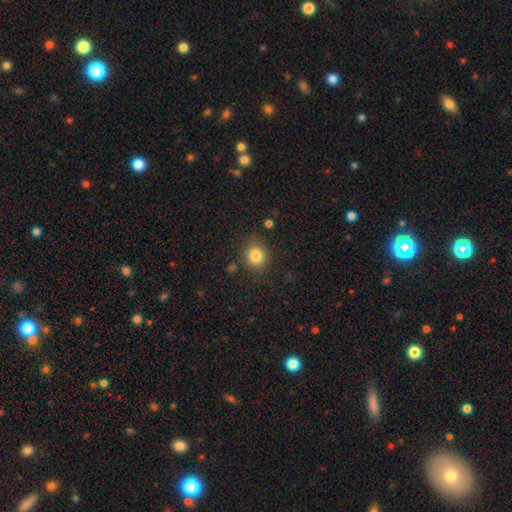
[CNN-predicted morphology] smooth-or-featured: smooth: 83% | star or artifact: 11% | featured or disk: 6%
  how-rounded: round: 86% | in between: 13% | cigar-shaped: 1%
  merging: none: 84% | minor disturbance: 10% | major disturbance: 4% | merger: 2%